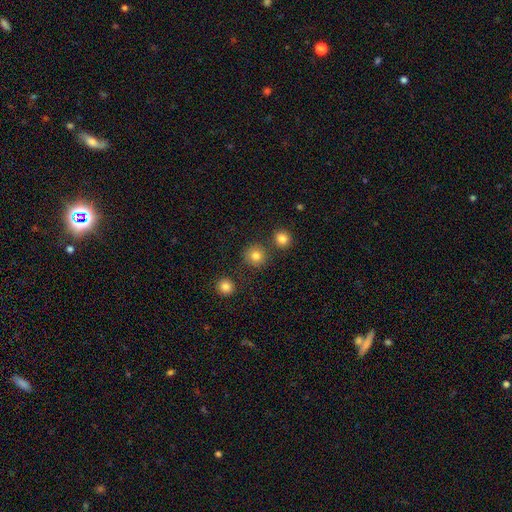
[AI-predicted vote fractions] Smooth or featured?
  - smooth: 81% *
  - star or artifact: 12%
  - featured or disk: 6%
How rounded?
  - round: 92% *
  - in between: 7%
  - cigar-shaped: 1%
Merging?
  - none: 80% *
  - merger: 9%
  - minor disturbance: 8%
  - major disturbance: 3%